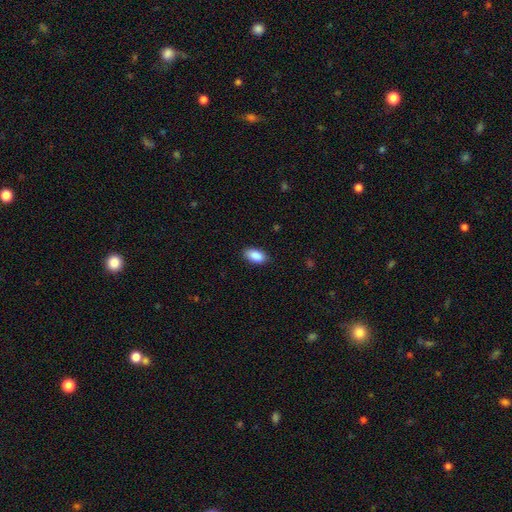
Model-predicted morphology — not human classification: This is clearly a smooth galaxy (90%). How rounded: clearly in between (93%). Merging: clearly none (87%).